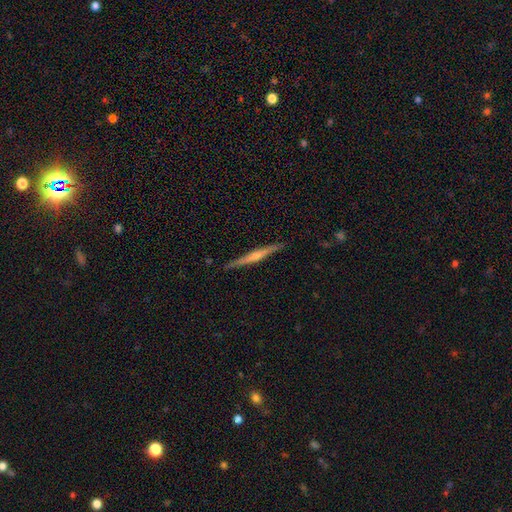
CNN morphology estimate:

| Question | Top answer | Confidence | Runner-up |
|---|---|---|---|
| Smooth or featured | featured or disk | 69% | smooth (25%) |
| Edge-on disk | yes | 98% | no (2%) |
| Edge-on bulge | rounded | 66% | none (24%) |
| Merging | none | 90% | minor disturbance (8%) |